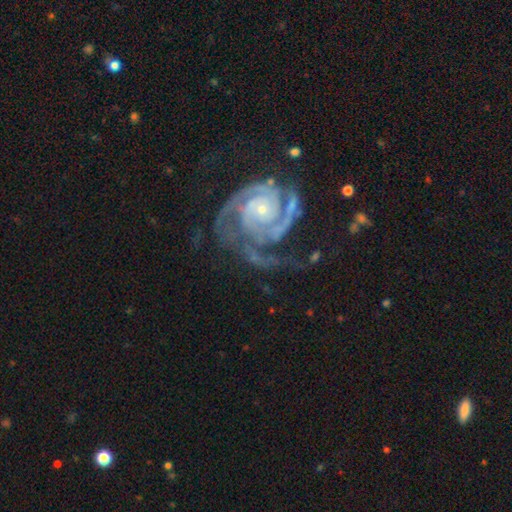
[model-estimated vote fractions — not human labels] Smooth or featured? featured or disk (92%)
Edge-on disk? no (98%)
Bar? no (69%)
Spiral arms? yes (99%)
Spiral winding? tight (69%)
Spiral arm count? 2 (41%)
Bulge size? small (77%)
Merging? none (57%)